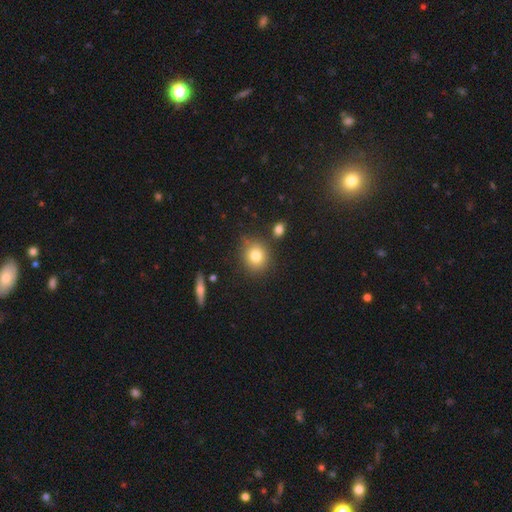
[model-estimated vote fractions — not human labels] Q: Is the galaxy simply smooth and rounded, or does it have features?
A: smooth — 80%.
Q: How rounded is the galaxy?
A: round — 80%.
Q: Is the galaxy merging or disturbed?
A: none — 82%.